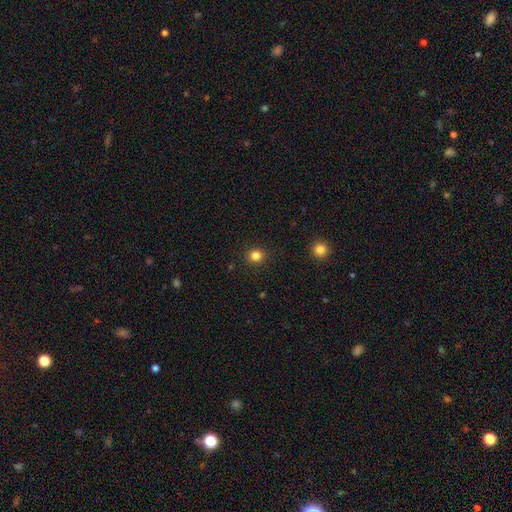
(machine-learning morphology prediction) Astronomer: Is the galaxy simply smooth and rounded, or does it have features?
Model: smooth — 82%.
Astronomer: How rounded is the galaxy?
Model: round — 84%.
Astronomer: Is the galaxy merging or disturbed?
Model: none — 91%.